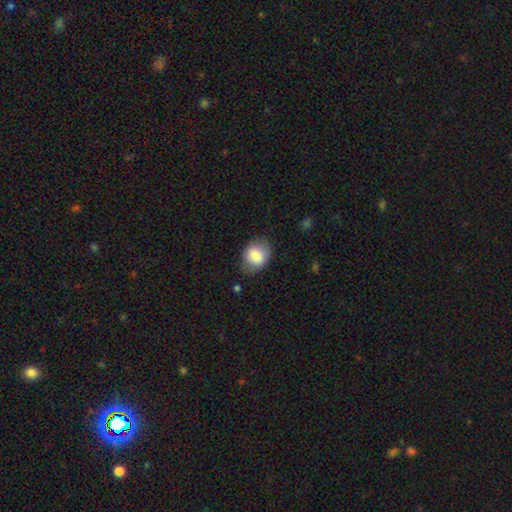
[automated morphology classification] Smooth or featured?
  - smooth: 84% *
  - featured or disk: 9%
  - star or artifact: 7%
How rounded?
  - in between: 53% *
  - round: 46%
  - cigar-shaped: 1%
Merging?
  - none: 74% *
  - minor disturbance: 19%
  - major disturbance: 5%
  - merger: 1%